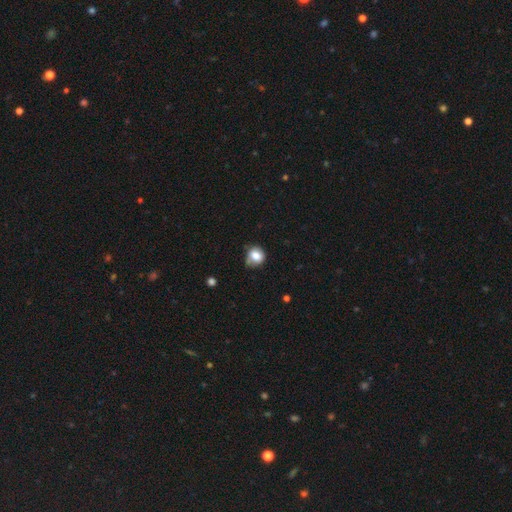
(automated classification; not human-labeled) A smooth galaxy with no disk features (81%) that is round (76%). Merging: none (55%).